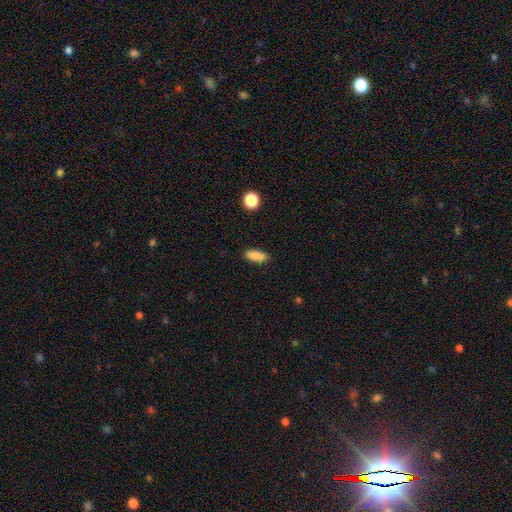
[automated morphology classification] Smooth or featured?
  - smooth: 87% *
  - star or artifact: 8%
  - featured or disk: 5%
How rounded?
  - in between: 74% *
  - cigar-shaped: 23%
  - round: 3%
Merging?
  - none: 88% *
  - minor disturbance: 9%
  - major disturbance: 2%
  - merger: 1%